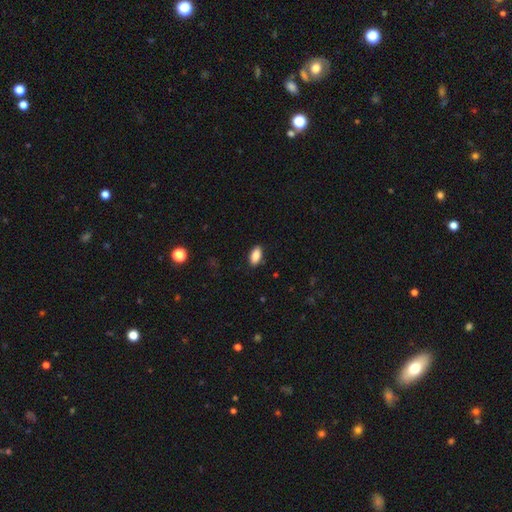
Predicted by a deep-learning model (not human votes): smooth-or-featured: smooth: 88% | star or artifact: 7% | featured or disk: 4%
  how-rounded: in between: 92% | cigar-shaped: 5% | round: 3%
  merging: none: 88% | minor disturbance: 9% | major disturbance: 2% | merger: 1%